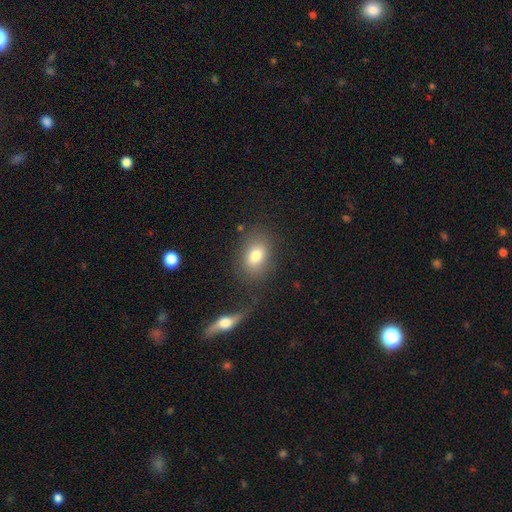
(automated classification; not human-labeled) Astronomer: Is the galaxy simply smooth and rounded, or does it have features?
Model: smooth — 78%.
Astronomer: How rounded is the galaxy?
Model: in between — 71%.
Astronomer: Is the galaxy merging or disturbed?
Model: none — 72%.